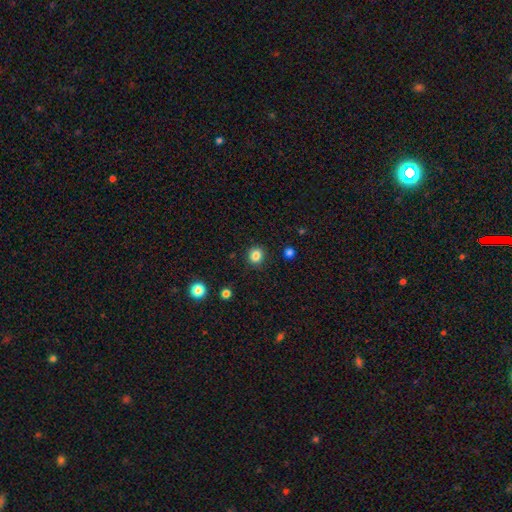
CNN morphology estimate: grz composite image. It shows a smooth galaxy with no disk features (84%) that is round (82%). Merging: none (90%).